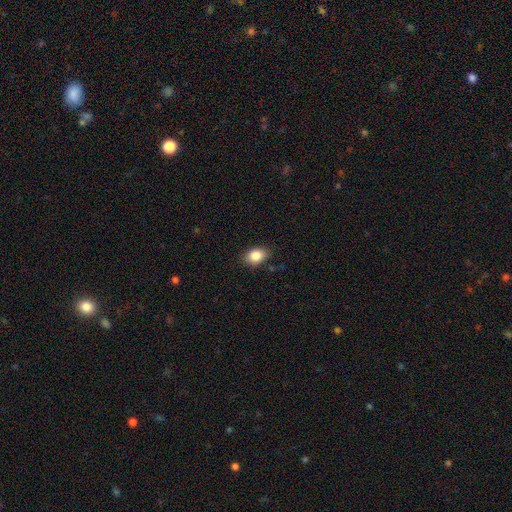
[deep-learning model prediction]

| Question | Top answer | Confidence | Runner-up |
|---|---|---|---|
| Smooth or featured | smooth | 86% | star or artifact (8%) |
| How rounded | in between | 77% | round (22%) |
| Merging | none | 84% | minor disturbance (13%) |